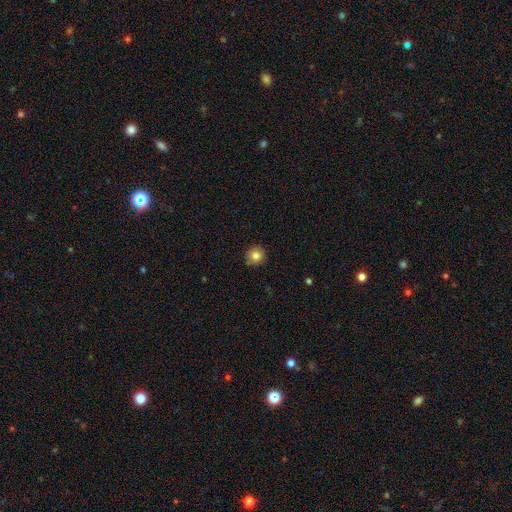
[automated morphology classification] This appears to be a smooth galaxy with no disk features (82%) that is round (94%). Merging: none (88%).